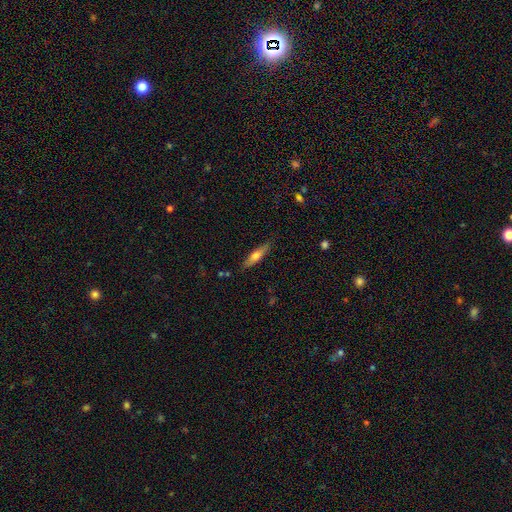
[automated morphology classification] Q: Smooth or featured?
A: smooth (55%); runner-up: featured or disk (38%)
Q: How rounded?
A: cigar-shaped (74%); runner-up: in between (24%)
Q: Merging?
A: none (83%); runner-up: minor disturbance (12%)